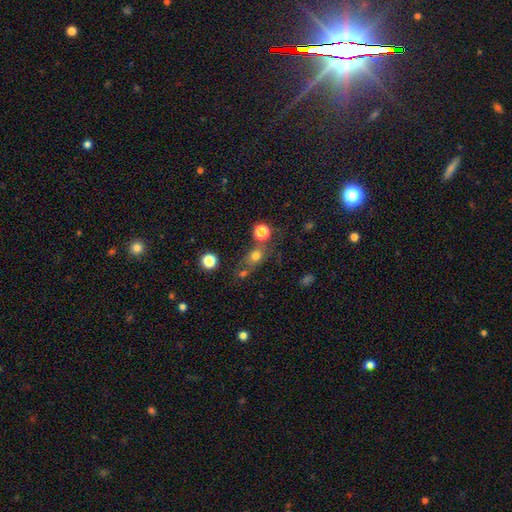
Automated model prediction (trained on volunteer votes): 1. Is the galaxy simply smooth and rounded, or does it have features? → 70% smooth, 18% star or artifact, 13% featured or disk.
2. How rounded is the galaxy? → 63% round, 35% in between, 3% cigar-shaped.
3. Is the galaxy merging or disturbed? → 53% none, 25% merger, 14% minor disturbance, 8% major disturbance.